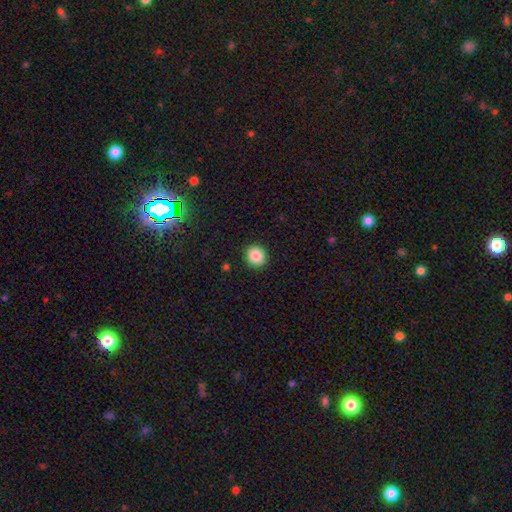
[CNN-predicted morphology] This is clearly a smooth galaxy (87%). How rounded: clearly round (86%). Merging: clearly none (92%).